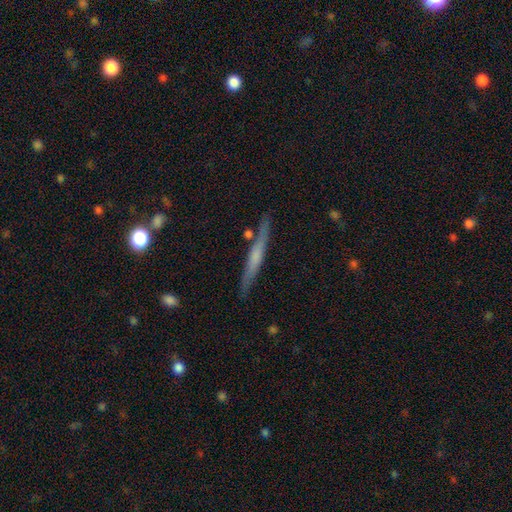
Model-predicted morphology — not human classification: A featured or disk galaxy (55%) viewed edge-on (95%) with no central bulge (47%). Merging: none (83%).